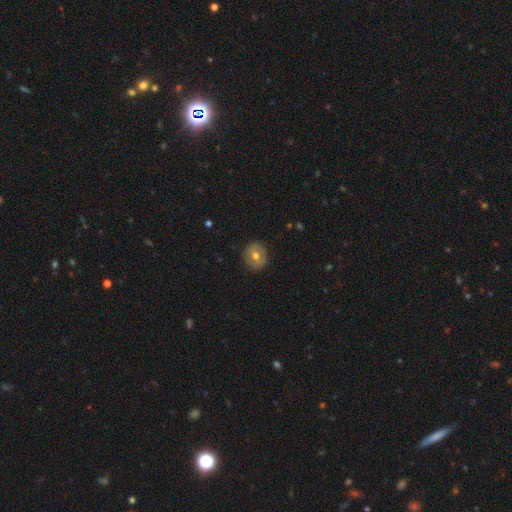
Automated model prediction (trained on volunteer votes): A smooth galaxy with no disk features (60%) that is round (77%).

Vote fractions:
- Smooth or featured? smooth: 60% / featured or disk: 31% / star or artifact: 8%
- How rounded? round: 77% / in between: 22% / cigar-shaped: 1%
- Merging? none: 88% / minor disturbance: 9% / major disturbance: 2% / merger: 1%